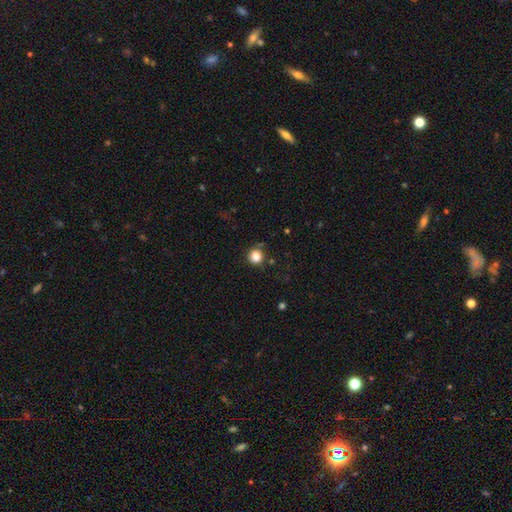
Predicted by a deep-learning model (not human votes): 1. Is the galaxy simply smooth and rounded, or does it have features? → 84% smooth, 12% star or artifact, 4% featured or disk.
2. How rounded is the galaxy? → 91% round, 8% in between, 1% cigar-shaped.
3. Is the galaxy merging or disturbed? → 82% none, 12% minor disturbance, 3% major disturbance, 3% merger.